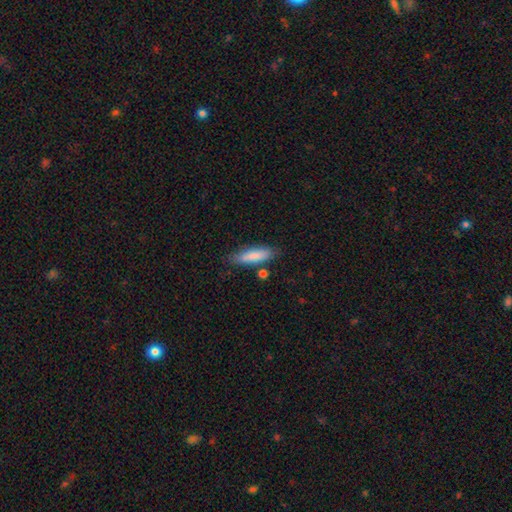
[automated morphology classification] Q: Smooth or featured?
A: smooth (82%); runner-up: featured or disk (12%)
Q: How rounded?
A: cigar-shaped (64%); runner-up: in between (34%)
Q: Merging?
A: none (77%); runner-up: minor disturbance (14%)